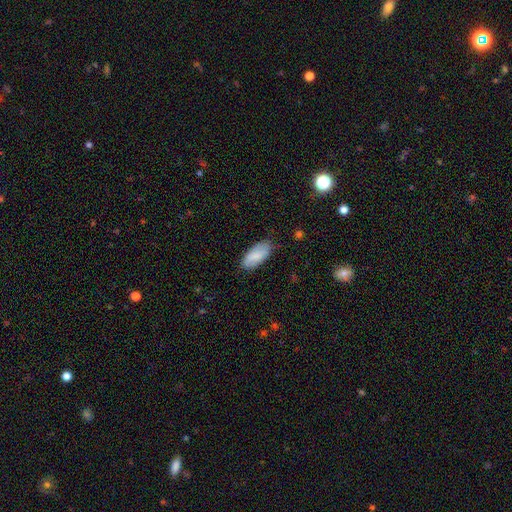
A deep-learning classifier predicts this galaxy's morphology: Smooth or featured?
  - smooth: 82% *
  - featured or disk: 12%
  - star or artifact: 6%
How rounded?
  - in between: 88% *
  - cigar-shaped: 10%
  - round: 2%
Merging?
  - none: 81% *
  - minor disturbance: 15%
  - major disturbance: 3%
  - merger: 1%